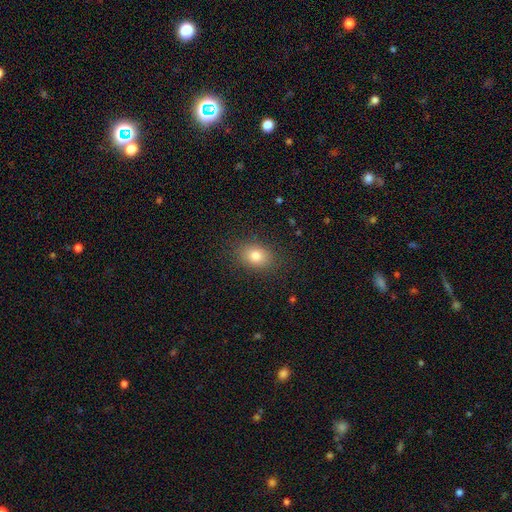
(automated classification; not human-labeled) Q: Smooth or featured?
A: smooth (81%); runner-up: star or artifact (11%)
Q: How rounded?
A: in between (70%); runner-up: round (28%)
Q: Merging?
A: none (86%); runner-up: minor disturbance (10%)